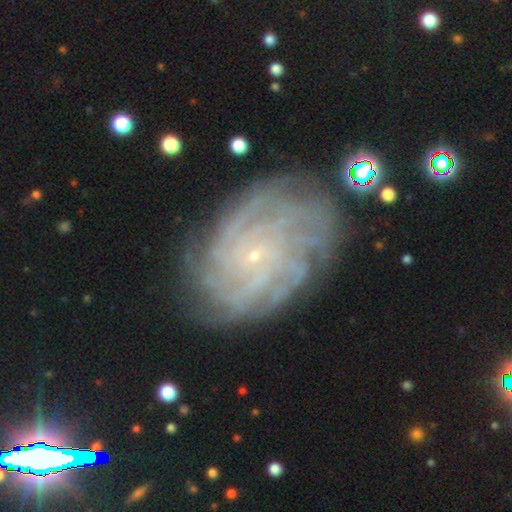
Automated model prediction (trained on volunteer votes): Smooth or featured?
  - featured or disk: 84% *
  - smooth: 8%
  - star or artifact: 8%
Edge-on disk?
  - no: 97% *
  - yes: 3%
Bar?
  - no: 77% *
  - weak: 18%
  - strong: 5%
Spiral arms?
  - yes: 97% *
  - no: 3%
Spiral winding?
  - tight: 72% *
  - medium: 22%
  - loose: 6%
Spiral arm count?
  - more than 4: 29% *
  - can't tell: 24%
  - 4: 20%
  - 3: 10%
  - 2: 9%
  - 1: 8%
Bulge size?
  - small: 91% *
  - moderate: 5%
  - none: 3%
  - large: 1%
  - dominant: 1%
Merging?
  - none: 78% *
  - minor disturbance: 15%
  - major disturbance: 6%
  - merger: 2%